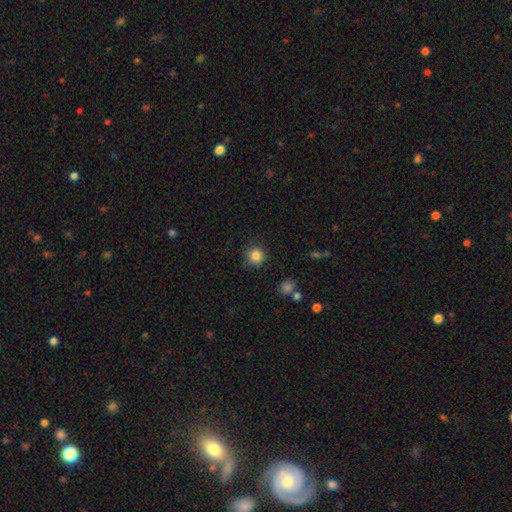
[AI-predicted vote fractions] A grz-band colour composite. It shows a smooth galaxy with no disk features (85%) that is round (93%). Merging: none (85%).